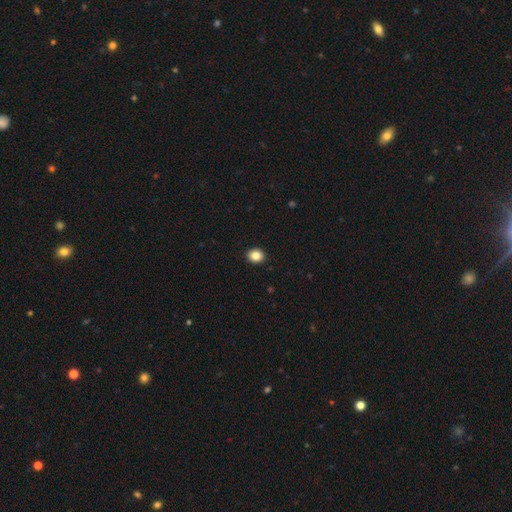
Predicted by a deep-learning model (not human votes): Overall: smooth (86%). How rounded: round (68%; in between 31%). Merging: none (93%).